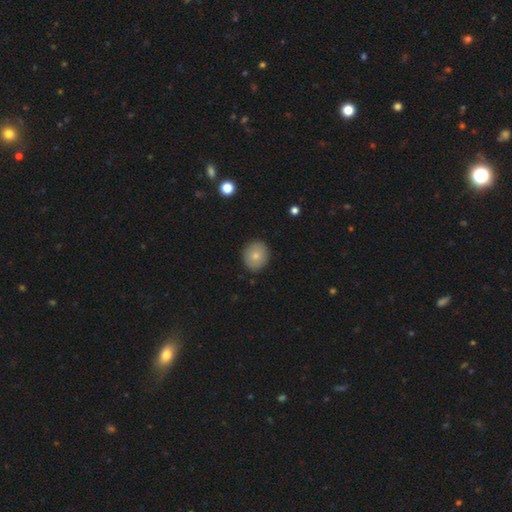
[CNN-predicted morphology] Smooth or featured?
  - smooth: 77% *
  - featured or disk: 15%
  - star or artifact: 8%
How rounded?
  - round: 78% *
  - in between: 21%
  - cigar-shaped: 1%
Merging?
  - none: 89% *
  - minor disturbance: 8%
  - major disturbance: 2%
  - merger: 1%